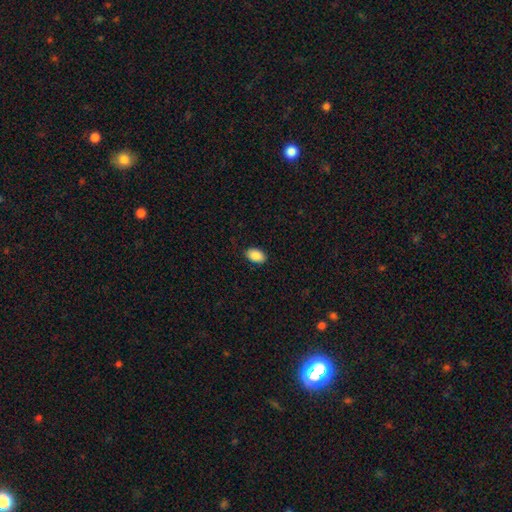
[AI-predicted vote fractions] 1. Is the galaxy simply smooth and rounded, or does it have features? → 89% smooth, 7% star or artifact, 4% featured or disk.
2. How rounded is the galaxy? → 91% in between, 8% round, 1% cigar-shaped.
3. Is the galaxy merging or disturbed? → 87% none, 10% minor disturbance, 2% major disturbance, 1% merger.